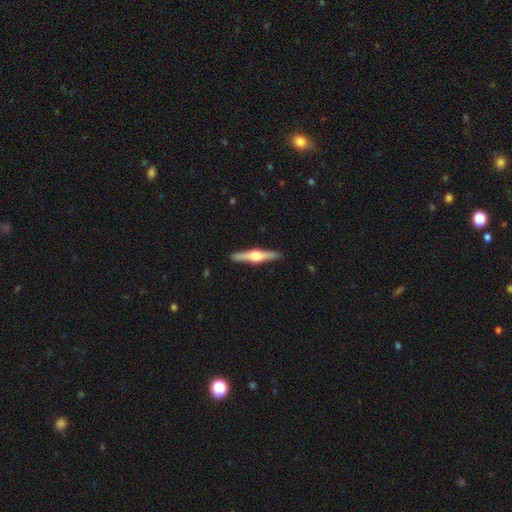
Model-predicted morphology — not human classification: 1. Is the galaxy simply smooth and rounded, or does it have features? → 73% featured or disk, 22% smooth, 5% star or artifact.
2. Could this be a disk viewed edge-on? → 98% yes, 2% no.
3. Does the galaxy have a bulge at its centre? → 91% rounded, 7% boxy, 2% none.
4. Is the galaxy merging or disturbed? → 92% none, 6% minor disturbance, 1% major disturbance, 1% merger.